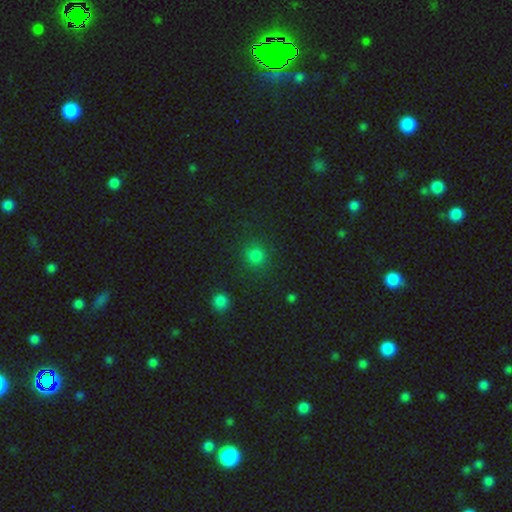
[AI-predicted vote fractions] Q: Smooth or featured?
A: smooth (79%); runner-up: star or artifact (16%)
Q: How rounded?
A: round (88%); runner-up: in between (11%)
Q: Merging?
A: none (84%); runner-up: minor disturbance (9%)